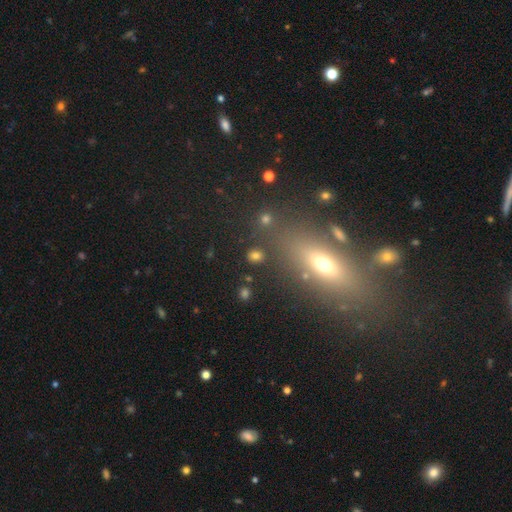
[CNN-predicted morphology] This appears to be a smooth galaxy with no disk features (69%) that is round (54%). Merging: none (79%).